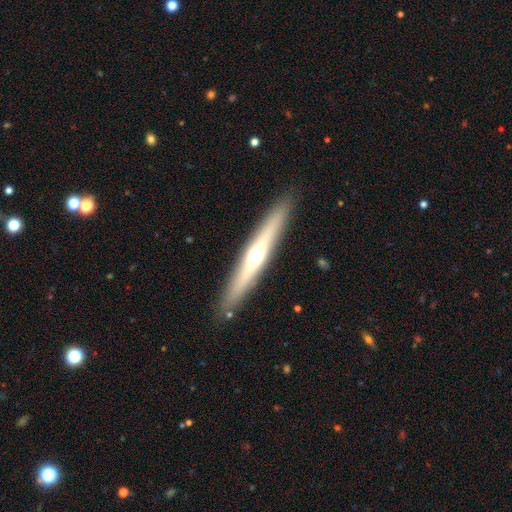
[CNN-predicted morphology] smooth-or-featured: featured or disk: 62% | smooth: 33% | star or artifact: 6%
  disk-edge-on: yes: 95% | no: 5%
    edge-on-bulge: rounded: 85% | none: 11% | boxy: 3%
  merging: none: 90% | minor disturbance: 7% | major disturbance: 2% | merger: 1%